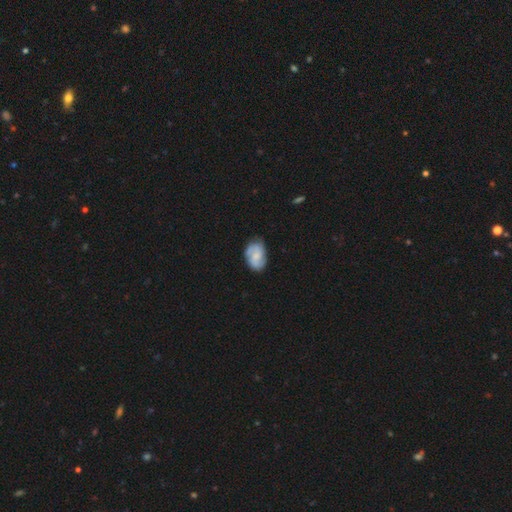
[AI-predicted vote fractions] Morphology: type=featured or disk (60%); edge-on=no (97%); bar=no (57%); spiral arms=yes (91%); winding=medium (46%); arm count=2 (49%); bulge=small (40%); merging=none (72%).